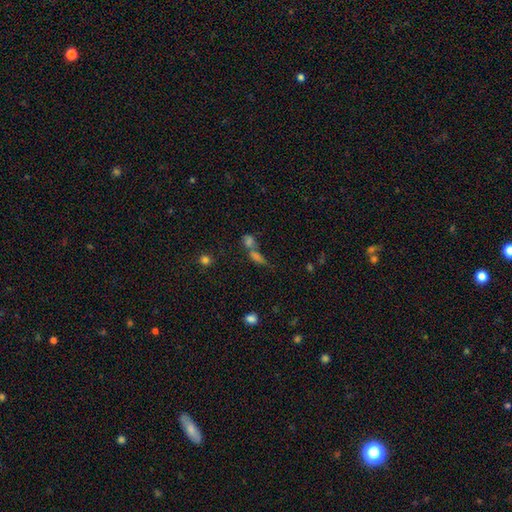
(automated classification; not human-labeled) Smooth or featured?
  - smooth: 54% *
  - star or artifact: 28%
  - featured or disk: 19%
How rounded?
  - in between: 49% *
  - cigar-shaped: 28%
  - round: 23%
Merging?
  - merger: 47% *
  - none: 36%
  - minor disturbance: 9%
  - major disturbance: 8%